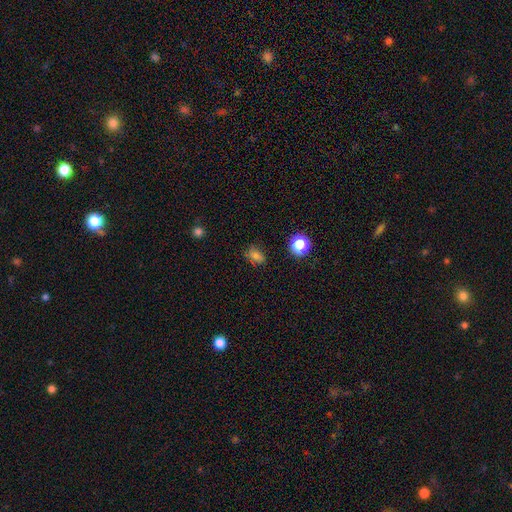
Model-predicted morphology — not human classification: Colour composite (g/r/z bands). It shows a smooth galaxy with no disk features (69%) that is in between round and cigar-shaped (66%). Merging: none (74%).